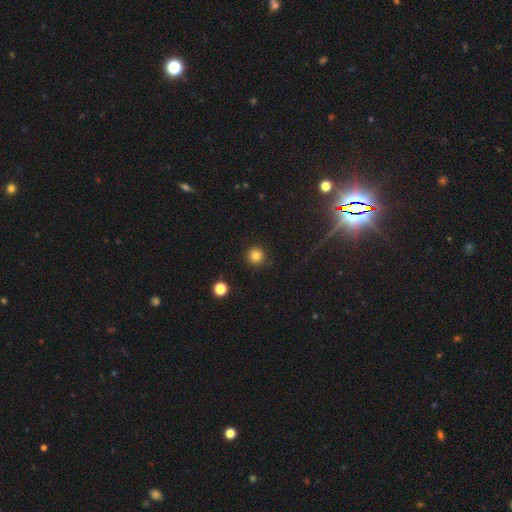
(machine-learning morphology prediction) Smooth or featured?
  - smooth: 82% *
  - star or artifact: 12%
  - featured or disk: 5%
How rounded?
  - round: 94% *
  - in between: 5%
  - cigar-shaped: 1%
Merging?
  - none: 90% *
  - minor disturbance: 6%
  - major disturbance: 2%
  - merger: 1%